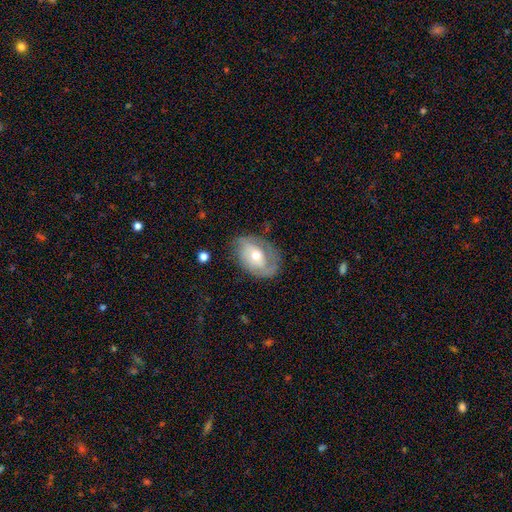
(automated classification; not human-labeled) Q: Smooth or featured?
A: featured or disk (61%); runner-up: smooth (32%)
Q: Edge-on disk?
A: no (94%); runner-up: yes (6%)
Q: Bar?
A: no (68%); runner-up: weak (24%)
Q: Spiral arms?
A: yes (73%); runner-up: no (27%)
Q: Bulge size?
A: moderate (63%); runner-up: small (31%)
Q: Merging?
A: none (62%); runner-up: minor disturbance (25%)